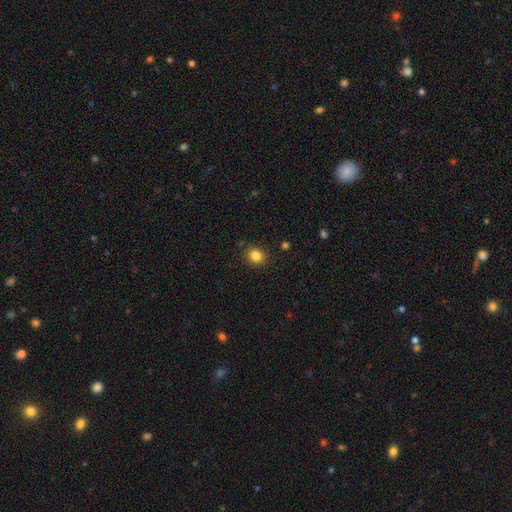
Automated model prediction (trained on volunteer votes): A smooth galaxy with no disk features (83%) that is round (79%).

Vote fractions:
- Smooth or featured? smooth: 83% / star or artifact: 12% / featured or disk: 5%
- How rounded? round: 79% / in between: 20% / cigar-shaped: 1%
- Merging? none: 89% / minor disturbance: 8% / major disturbance: 2% / merger: 1%